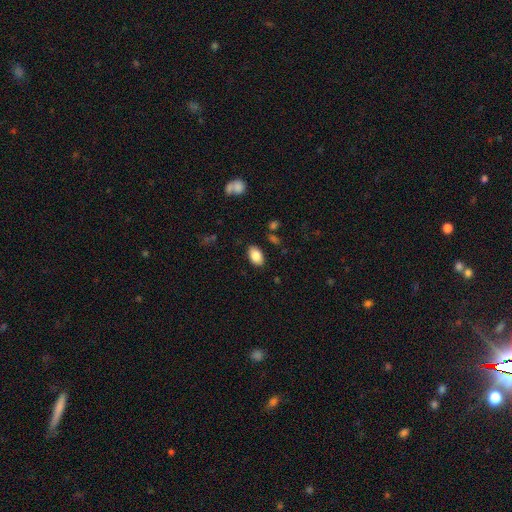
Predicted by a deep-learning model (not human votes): This is clearly a smooth galaxy (86%). How rounded: clearly in between (91%). Merging: clearly none (85%).